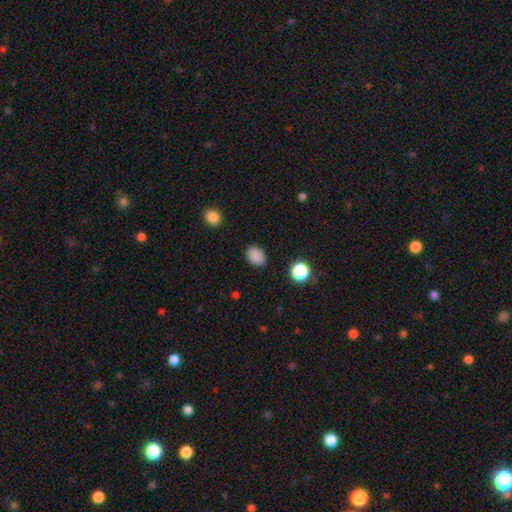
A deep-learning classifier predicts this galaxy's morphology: A smooth galaxy with no disk features (87%) that is in between round and cigar-shaped (74%). Merging: none (87%).